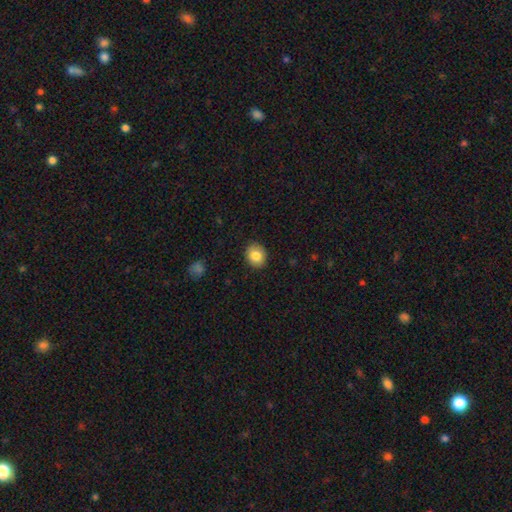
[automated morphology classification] Smooth or featured? smooth (83%)
How rounded? round (58%)
Merging? none (89%)